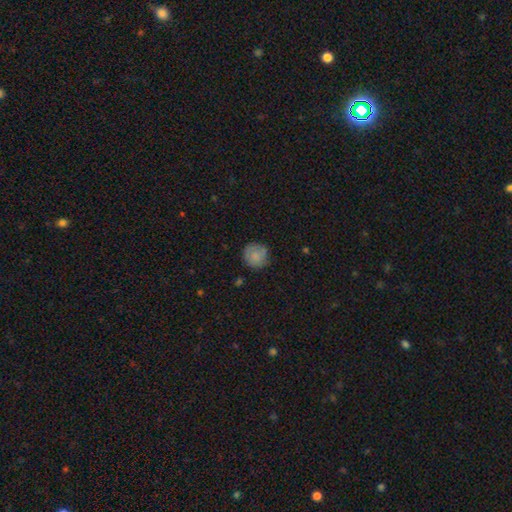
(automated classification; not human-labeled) Q: Smooth or featured?
A: smooth (80%); runner-up: featured or disk (12%)
Q: How rounded?
A: round (93%); runner-up: in between (6%)
Q: Merging?
A: none (78%); runner-up: minor disturbance (16%)